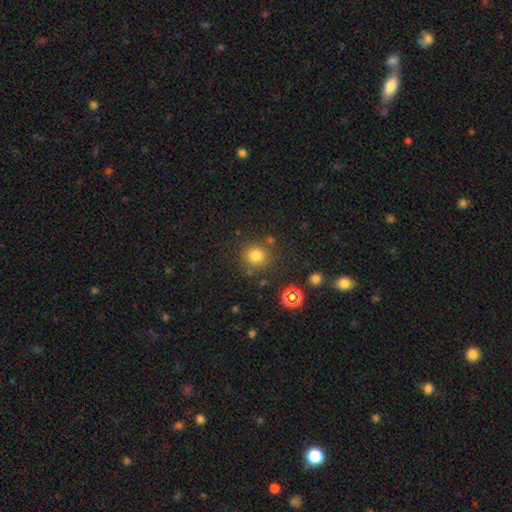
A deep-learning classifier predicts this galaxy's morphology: A smooth galaxy with no disk features (79%) that is round (91%).

Vote fractions:
- Smooth or featured? smooth: 79% / star or artifact: 15% / featured or disk: 6%
- How rounded? round: 91% / in between: 8% / cigar-shaped: 1%
- Merging? none: 81% / minor disturbance: 9% / merger: 5% / major disturbance: 4%